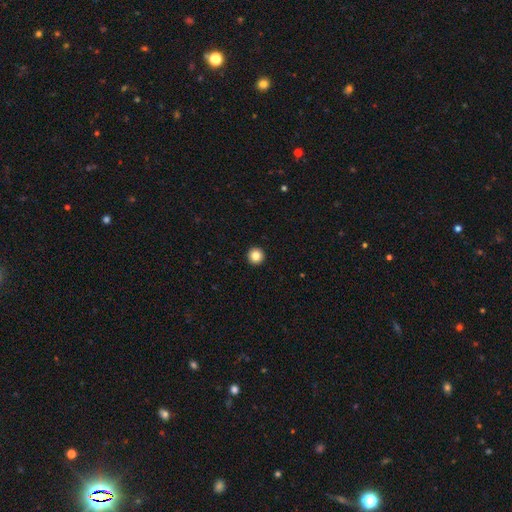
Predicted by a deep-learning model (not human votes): Smooth or featured? Predicted: smooth (p=0.85). How rounded? Predicted: round (p=0.97). Merging? Predicted: none (p=0.94).